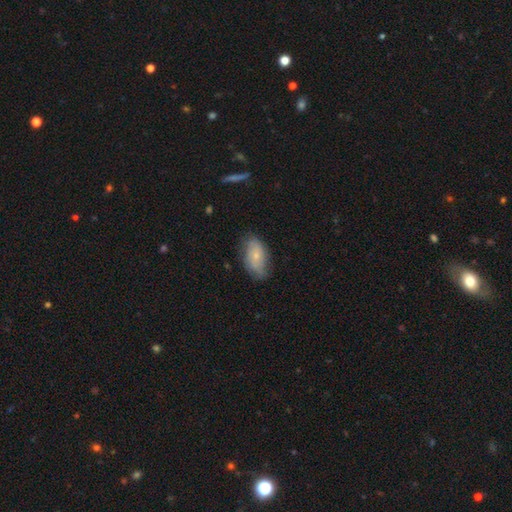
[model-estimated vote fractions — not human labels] Smooth or featured? Predicted: smooth (p=0.62). How rounded? Predicted: in between (p=0.91). Merging? Predicted: none (p=0.67).